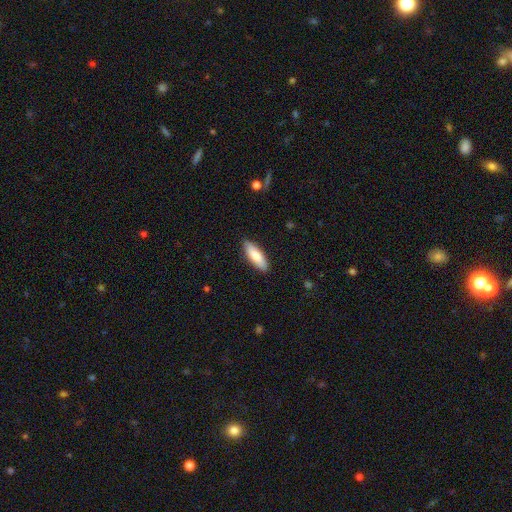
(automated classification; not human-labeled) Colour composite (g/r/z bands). It shows a smooth galaxy with no disk features (78%) that is in between round and cigar-shaped (61%). Merging: none (89%).